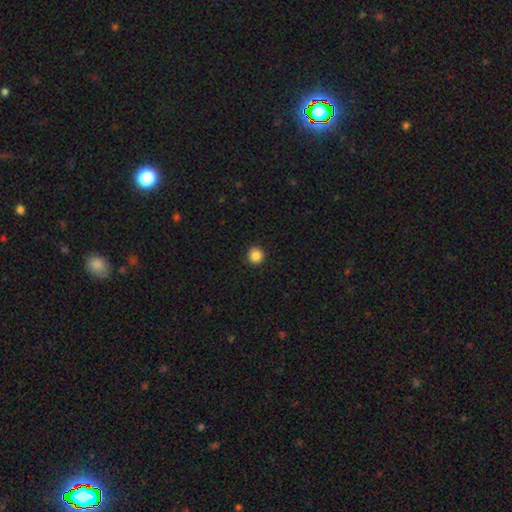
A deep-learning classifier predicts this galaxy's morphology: smooth 87%, star or artifact 10%, featured or disk 3%. Down the decision tree: how rounded — round (94%); merging — none (92%).